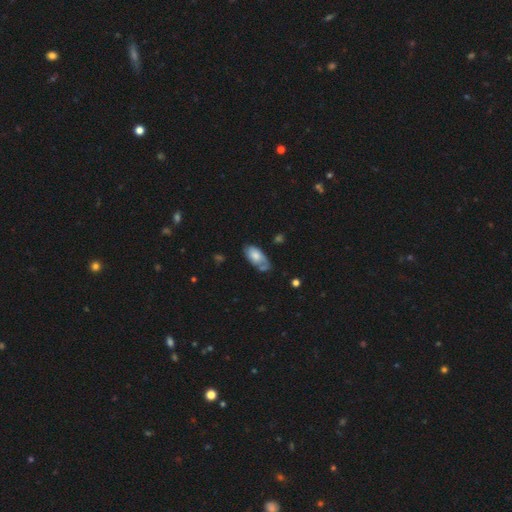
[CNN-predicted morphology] Smooth or featured? smooth (60%)
How rounded? in between (92%)
Merging? none (50%)